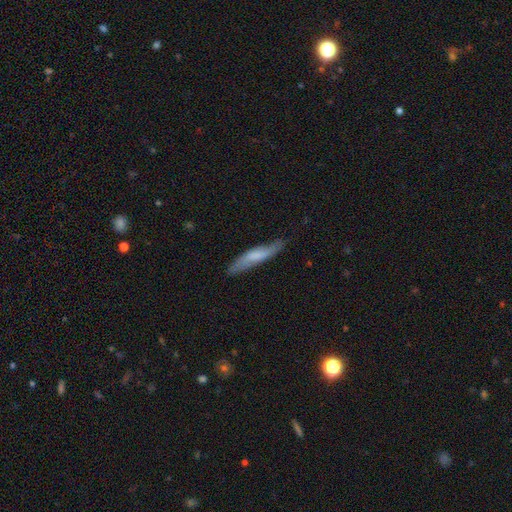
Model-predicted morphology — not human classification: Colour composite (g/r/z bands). It shows a smooth galaxy with no disk features (55%) that is cigar-shaped (86%). Merging: none (75%).